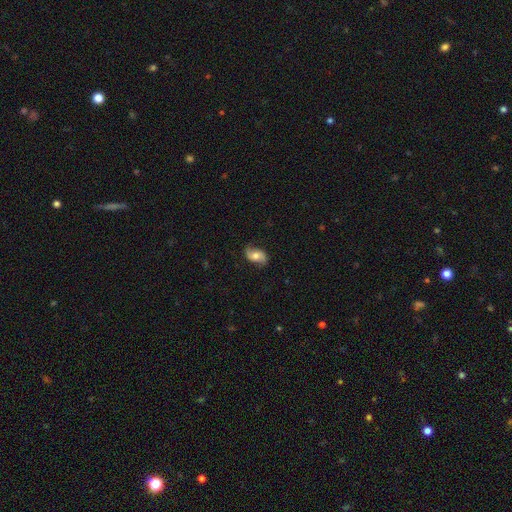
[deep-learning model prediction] smooth-or-featured: featured or disk: 59% | smooth: 33% | star or artifact: 8%
  disk-edge-on: no: 95% | yes: 5%
    bar: no: 64% | weak: 27% | strong: 8%
    has-spiral-arms: yes: 89% | no: 11%
    bulge-size: moderate: 61% | large: 18% | small: 16% | none: 3% | dominant: 2%
  merging: none: 78% | minor disturbance: 16% | major disturbance: 5% | merger: 1%